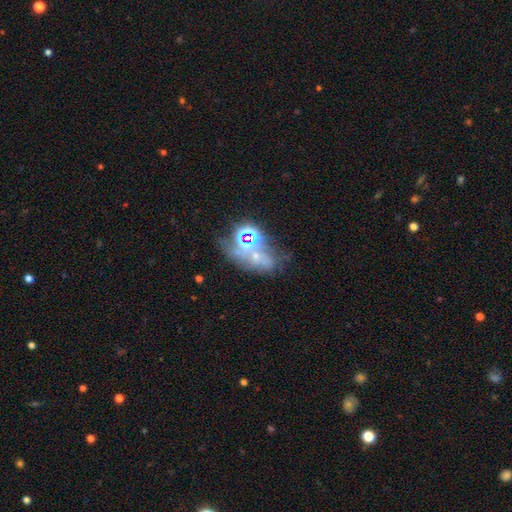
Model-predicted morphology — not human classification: Q: Smooth or featured?
A: star or artifact (45%); runner-up: featured or disk (31%)